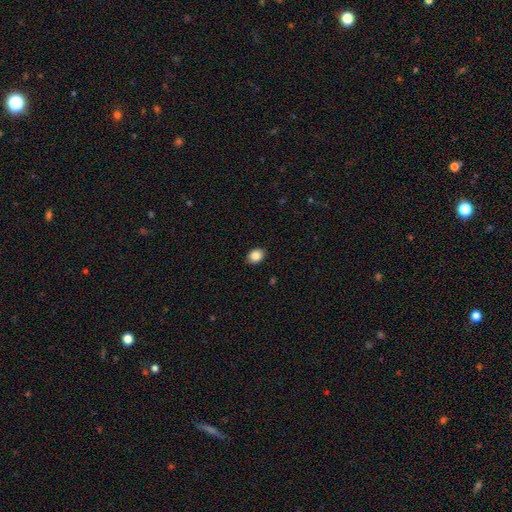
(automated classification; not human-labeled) A smooth galaxy with no disk features (87%) that is in between round and cigar-shaped (52%).

Vote fractions:
- Smooth or featured? smooth: 87% / star or artifact: 9% / featured or disk: 4%
- How rounded? in between: 52% / round: 47% / cigar-shaped: 1%
- Merging? none: 87% / minor disturbance: 10% / major disturbance: 2% / merger: 1%